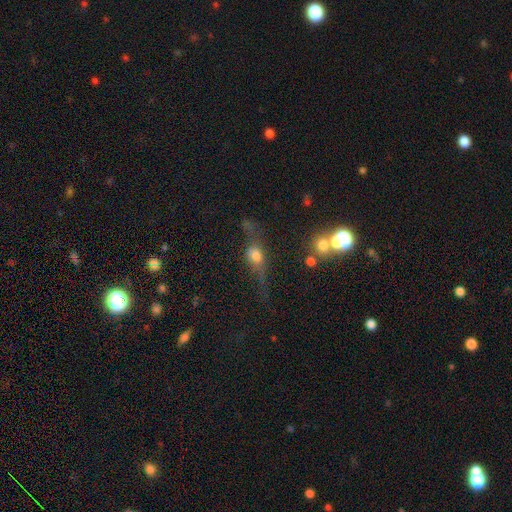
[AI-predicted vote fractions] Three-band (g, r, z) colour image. It shows a featured or disk galaxy (44%). Merging: none (44%).